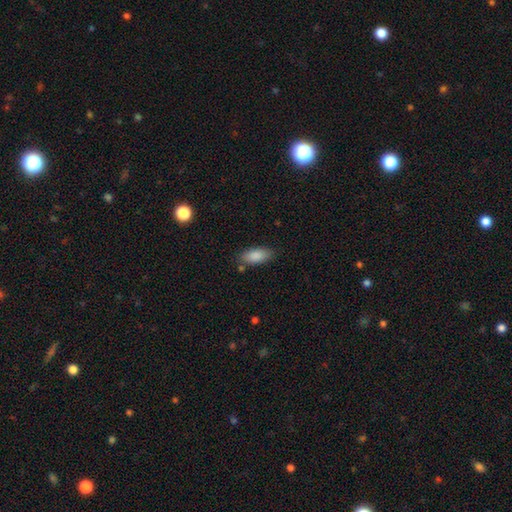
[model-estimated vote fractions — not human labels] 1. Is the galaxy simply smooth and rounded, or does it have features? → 87% smooth, 7% star or artifact, 6% featured or disk.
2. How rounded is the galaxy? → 86% in between, 12% cigar-shaped, 2% round.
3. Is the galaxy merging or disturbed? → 79% none, 14% minor disturbance, 4% merger, 3% major disturbance.